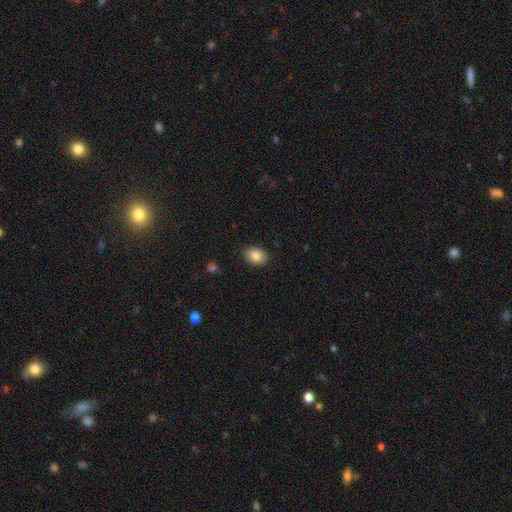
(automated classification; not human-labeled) Smooth or featured? Predicted: smooth (p=0.83). How rounded? Predicted: in between (p=0.73). Merging? Predicted: none (p=0.86).